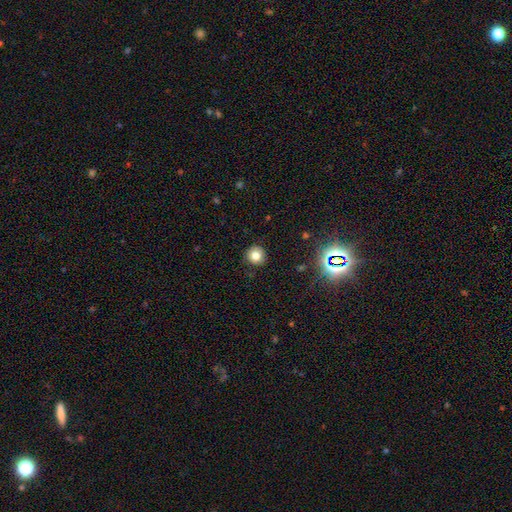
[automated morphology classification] Q: Smooth or featured?
A: smooth (79%); runner-up: star or artifact (14%)
Q: How rounded?
A: round (93%); runner-up: in between (6%)
Q: Merging?
A: none (90%); runner-up: minor disturbance (7%)